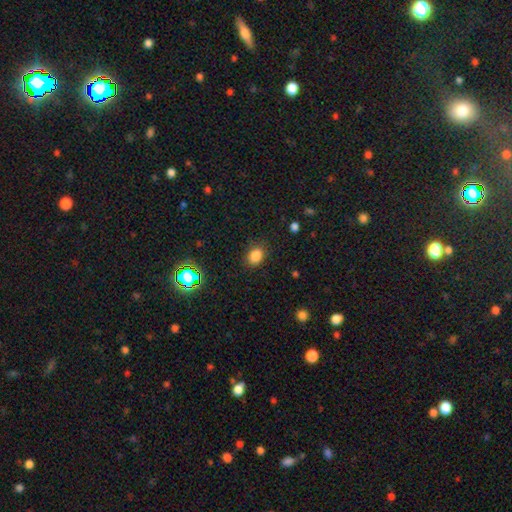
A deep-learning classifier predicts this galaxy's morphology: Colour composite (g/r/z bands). It shows a smooth galaxy with no disk features (81%) that is in between round and cigar-shaped (57%). Merging: none (83%).